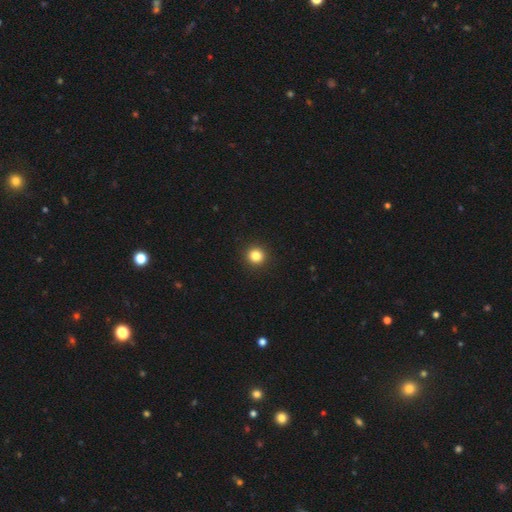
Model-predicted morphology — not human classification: type=smooth (84%); roundness=round (94%); merging=none (93%).